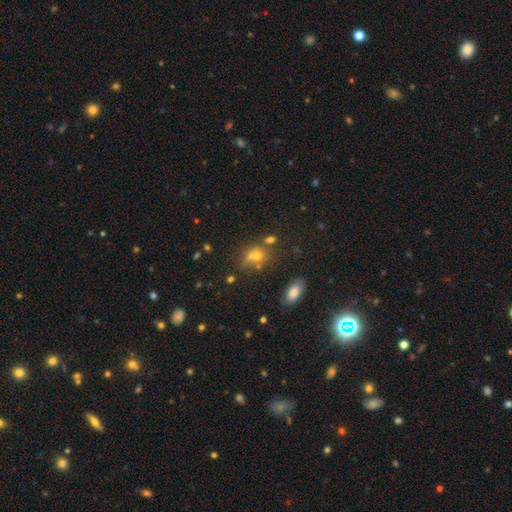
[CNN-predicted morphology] smooth-or-featured: smooth: 56% | star or artifact: 31% | featured or disk: 14%
  how-rounded: round: 54% | in between: 43% | cigar-shaped: 3%
  merging: none: 51% | merger: 25% | minor disturbance: 15% | major disturbance: 8%